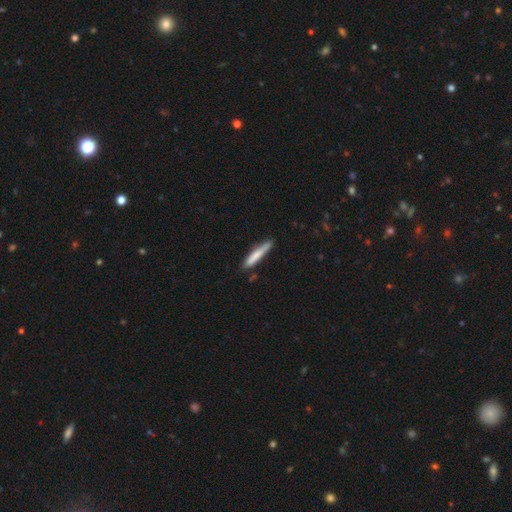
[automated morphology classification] The model was most divided on "smooth or featured": smooth: 72%, featured or disk: 23%, star or artifact: 5%. More confident: how rounded — cigar-shaped (93%); merging — none (78%).